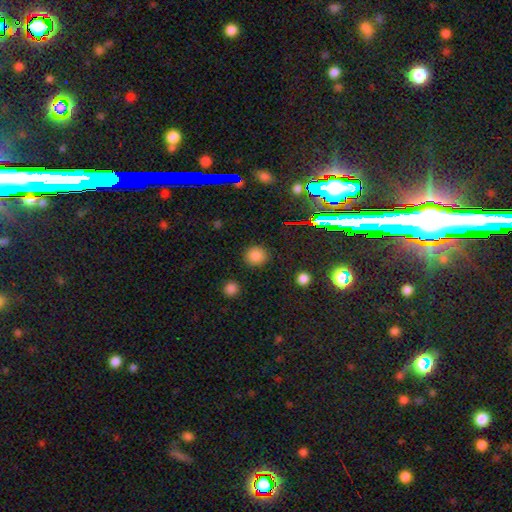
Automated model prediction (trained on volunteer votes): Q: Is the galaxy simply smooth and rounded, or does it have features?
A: smooth — 80%.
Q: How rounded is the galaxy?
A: round — 87%.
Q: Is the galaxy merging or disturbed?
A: none — 89%.